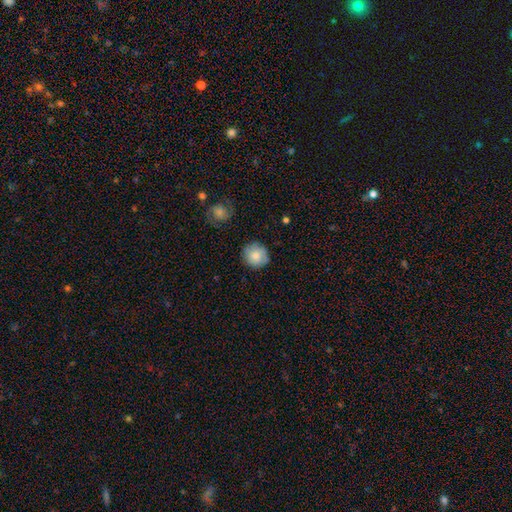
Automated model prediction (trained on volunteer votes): A smooth galaxy with no disk features (74%) that is round (89%). Merging: none (81%).